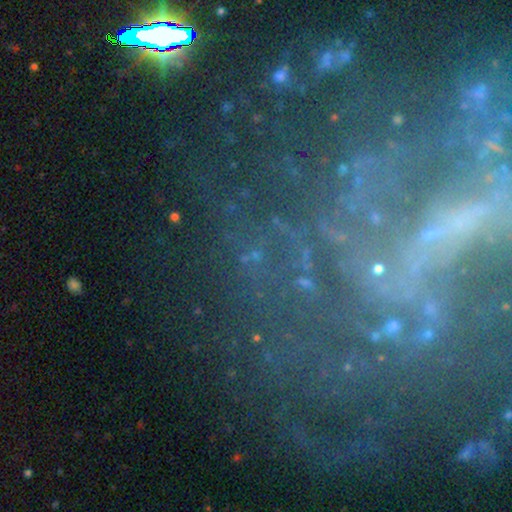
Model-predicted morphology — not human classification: type=featured or disk (54%); edge-on=no (94%); bar=no (55%); spiral arms=yes (74%); bulge=small (59%); merging=none (62%).